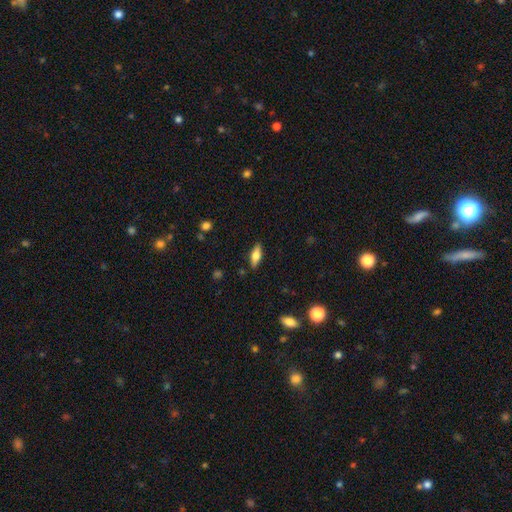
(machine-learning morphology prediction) This appears to be a smooth galaxy with no disk features (58%) that is in between round and cigar-shaped (68%). Merging: none (87%).